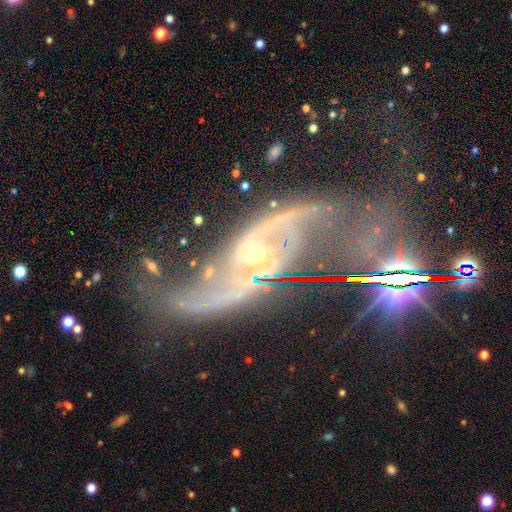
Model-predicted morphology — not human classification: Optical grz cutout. It shows a featured or disk galaxy (89%) with no bar (50%), 2 (90%) loose (64%) spiral arms (96%) and a small central bulge (74%). Merging: none (45%).